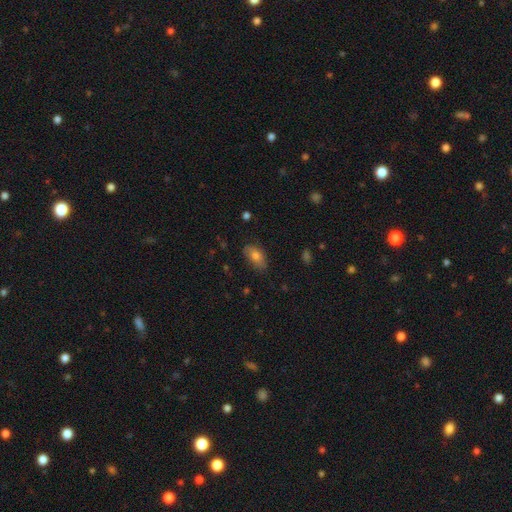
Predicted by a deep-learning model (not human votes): Smooth or featured: smooth — 77% (featured or disk — 15%)
How rounded: in between — 91% (round — 5%)
Merging: none — 75% (minor disturbance — 20%)